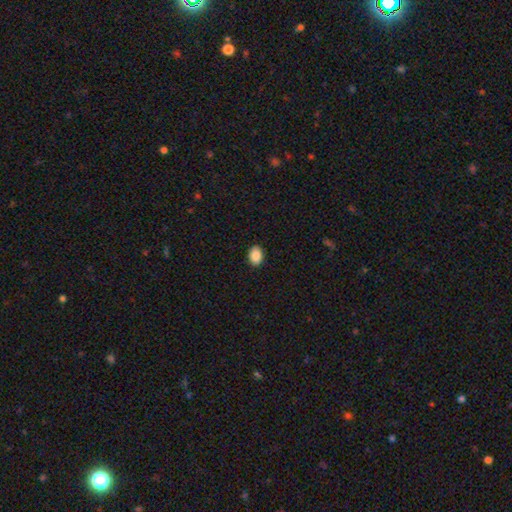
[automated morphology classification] The model was most divided on "how rounded": in between: 77%, round: 22%, cigar-shaped: 1%. More confident: merging — none (90%); smooth or featured — smooth (90%).